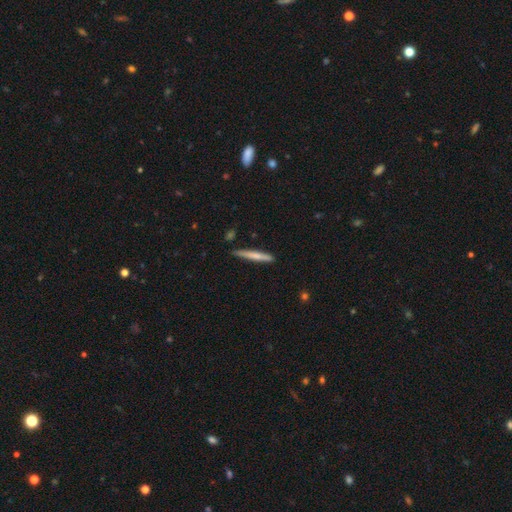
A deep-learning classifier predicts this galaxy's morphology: A smooth galaxy with no disk features (62%) that is cigar-shaped (95%). Merging: none (83%).